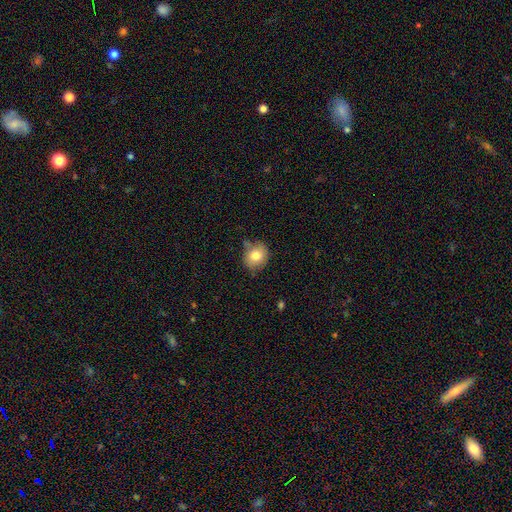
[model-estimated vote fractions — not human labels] Smooth or featured: smooth — 77% (featured or disk — 13%)
How rounded: round — 73% (in between — 26%)
Merging: none — 71% (minor disturbance — 21%)